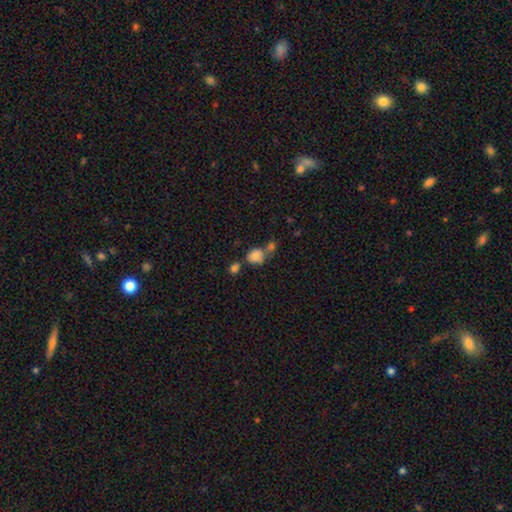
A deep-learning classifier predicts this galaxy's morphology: smooth_or_featured: smooth (p=0.81) [alt: star or artifact p=0.10]
how_rounded: round (p=0.55) [alt: in between p=0.44]
merging: none (p=0.41) [alt: merger p=0.39]